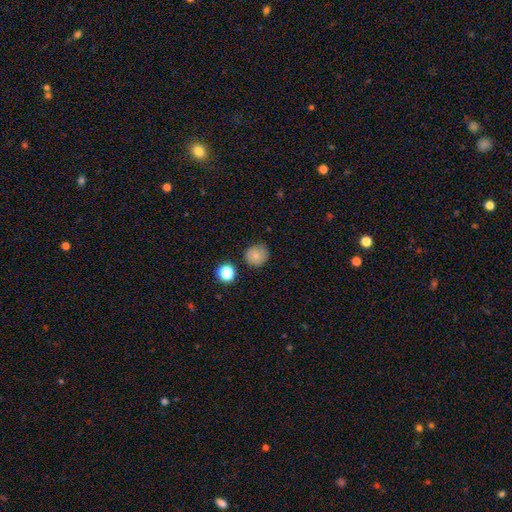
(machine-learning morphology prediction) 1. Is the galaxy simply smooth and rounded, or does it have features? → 78% smooth, 12% star or artifact, 10% featured or disk.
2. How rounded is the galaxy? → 88% round, 11% in between, 1% cigar-shaped.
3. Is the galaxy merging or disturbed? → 81% none, 13% minor disturbance, 3% major disturbance, 3% merger.